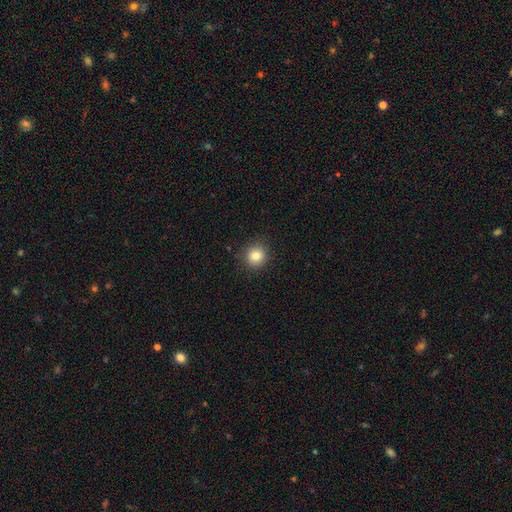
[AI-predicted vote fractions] Smooth or featured?
  - smooth: 81% *
  - star or artifact: 12%
  - featured or disk: 7%
How rounded?
  - round: 91% *
  - in between: 8%
  - cigar-shaped: 1%
Merging?
  - none: 89% *
  - minor disturbance: 8%
  - major disturbance: 2%
  - merger: 1%